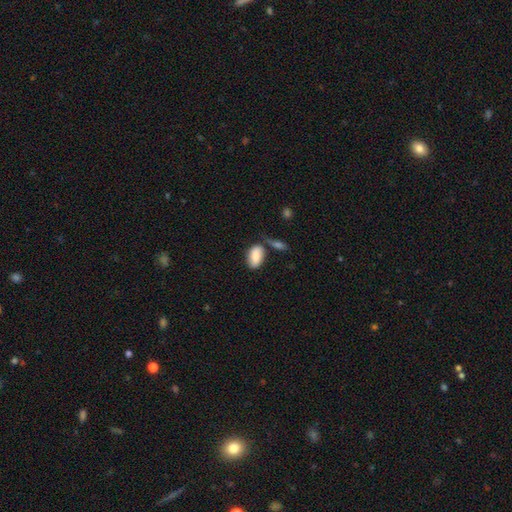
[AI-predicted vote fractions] Q: Smooth or featured?
A: smooth (83%); runner-up: featured or disk (10%)
Q: How rounded?
A: in between (93%); runner-up: round (5%)
Q: Merging?
A: none (56%); runner-up: minor disturbance (21%)